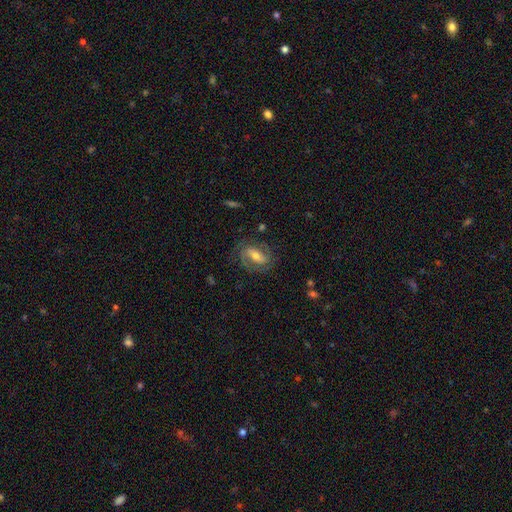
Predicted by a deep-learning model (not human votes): A featured or disk galaxy (77%) with a weak bar (39%, tied with strong), 2 (80%) medium (45%) spiral arms (92%) and a moderate central bulge (55%). Merging: none (76%).